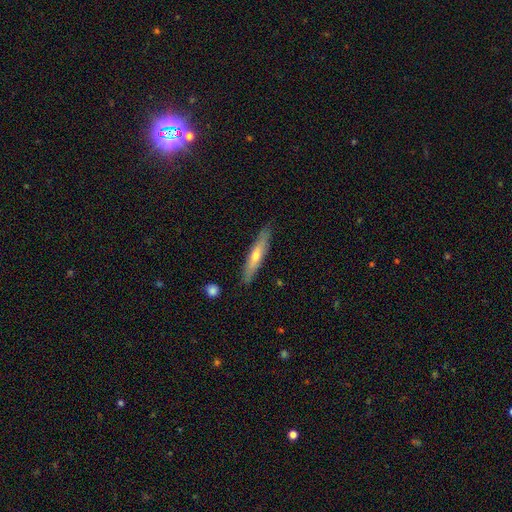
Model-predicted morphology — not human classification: Q: Smooth or featured?
A: featured or disk (48%); runner-up: smooth (46%)
Q: Merging?
A: none (85%); runner-up: minor disturbance (11%)